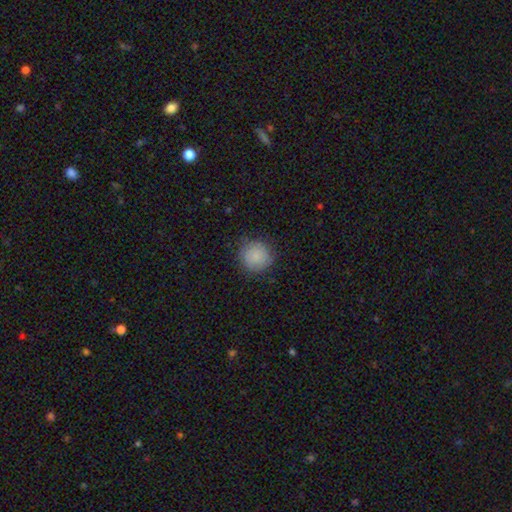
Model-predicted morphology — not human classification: Smooth or featured?
  - smooth: 84% *
  - star or artifact: 8%
  - featured or disk: 8%
How rounded?
  - round: 93% *
  - in between: 6%
  - cigar-shaped: 1%
Merging?
  - none: 83% *
  - minor disturbance: 13%
  - major disturbance: 3%
  - merger: 1%